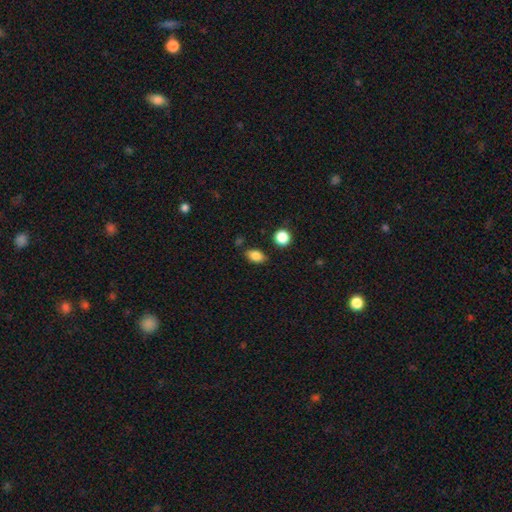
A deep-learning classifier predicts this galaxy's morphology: Overall: smooth (84%). How rounded: in between (82%). Merging: none (81%).